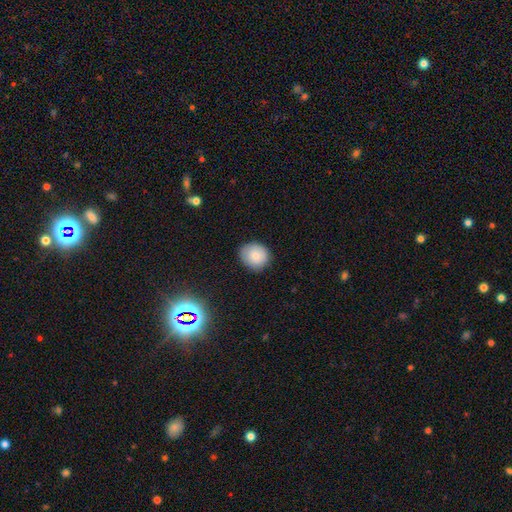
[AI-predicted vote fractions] Smooth or featured? Predicted: smooth (p=0.83). How rounded? Predicted: round (p=0.76). Merging? Predicted: none (p=0.83).